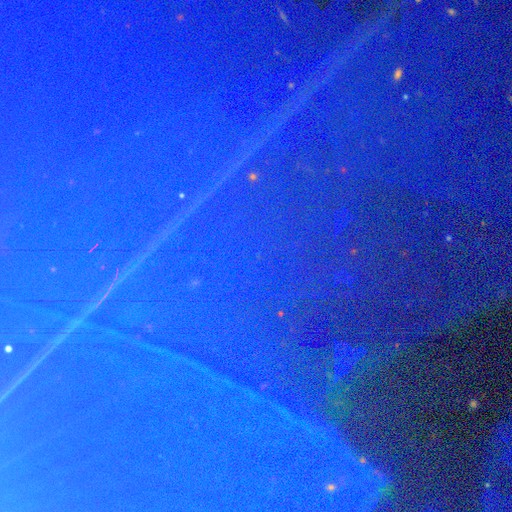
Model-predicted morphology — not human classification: A star or artifact, not a galaxy (88%).